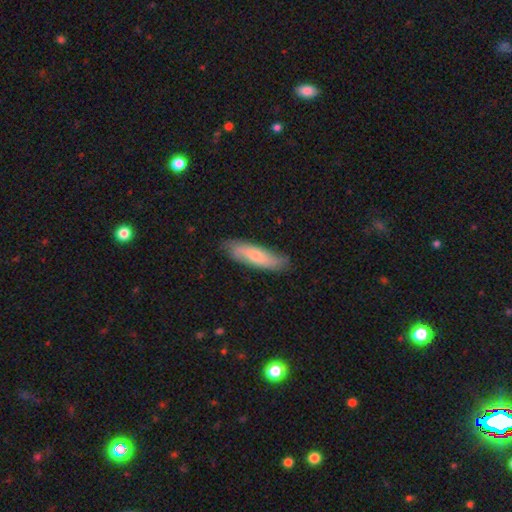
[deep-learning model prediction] Q: Smooth or featured?
A: smooth (63%); runner-up: featured or disk (31%)
Q: How rounded?
A: cigar-shaped (61%); runner-up: in between (38%)
Q: Merging?
A: none (78%); runner-up: minor disturbance (17%)